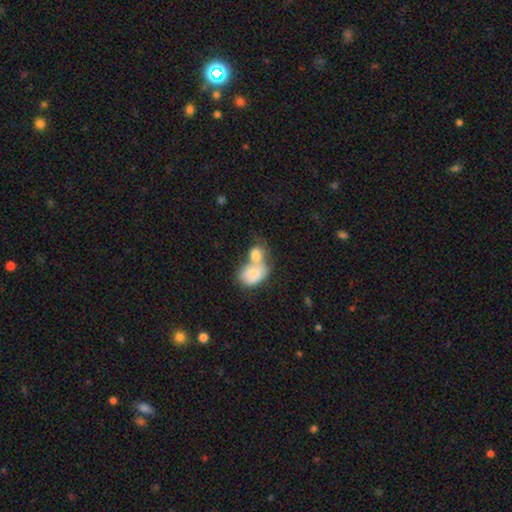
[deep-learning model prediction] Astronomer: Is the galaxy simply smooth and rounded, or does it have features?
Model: smooth — 76%.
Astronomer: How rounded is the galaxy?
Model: in between — 63%.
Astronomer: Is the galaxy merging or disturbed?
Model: merger — 69%.